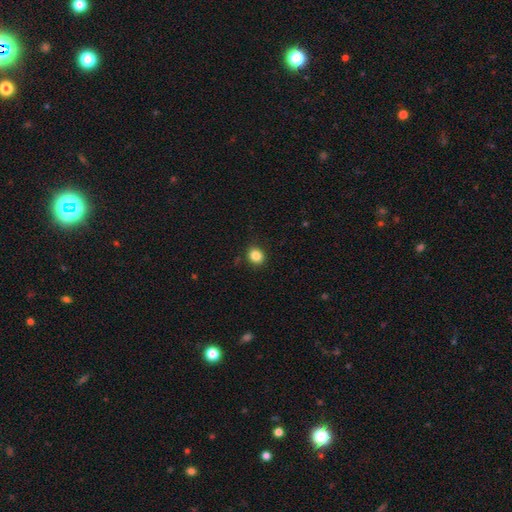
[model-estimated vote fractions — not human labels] This is clearly a smooth galaxy (86%). How rounded: likely round (67%). Merging: clearly none (87%).